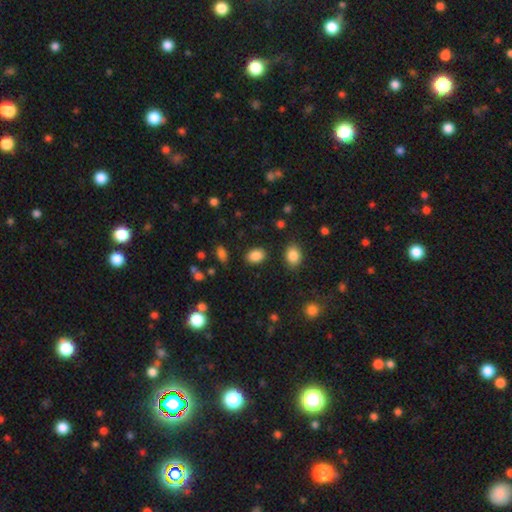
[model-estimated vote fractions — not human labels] This appears to be a smooth galaxy with no disk features (86%) that is in between round and cigar-shaped (76%). Merging: none (86%).